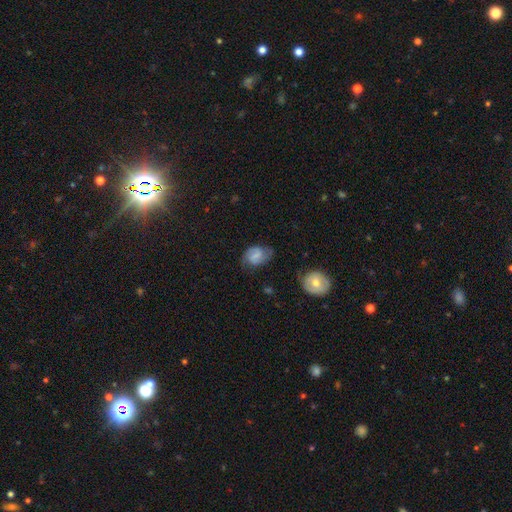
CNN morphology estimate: This is possibly a featured or disk galaxy (53%). It is clearly not viewed edge-on (97%). Bar: possibly weak (52%). Spiral arm pattern: clearly yes (89%). Central bulge: marginally small (37%). Merging: likely none (65%).